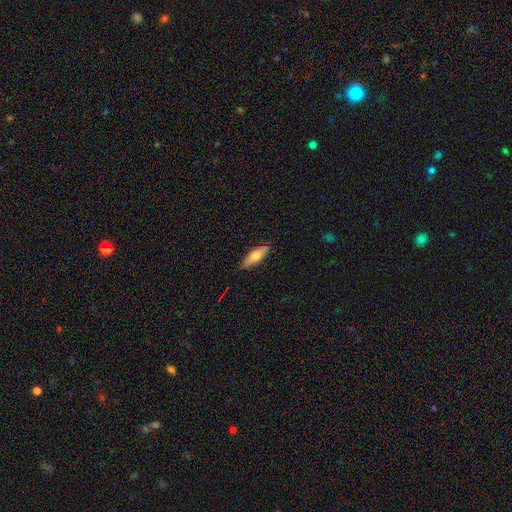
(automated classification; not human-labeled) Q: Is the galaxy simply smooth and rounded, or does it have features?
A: smooth — 58%.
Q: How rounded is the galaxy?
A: cigar-shaped — 49%, tied with in between.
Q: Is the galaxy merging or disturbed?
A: none — 87%.